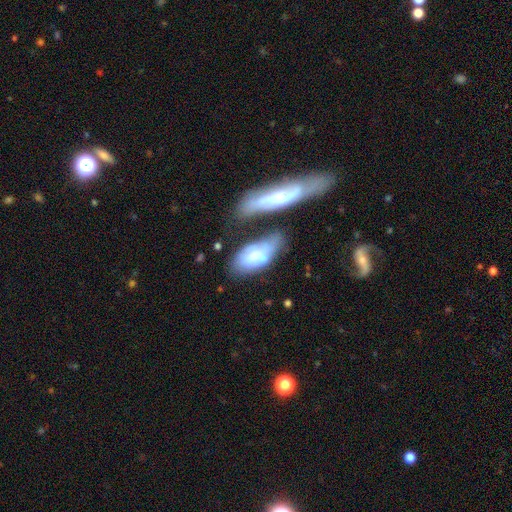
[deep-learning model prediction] Smooth or featured: smooth — 57% (featured or disk — 36%)
How rounded: in between — 85% (cigar-shaped — 12%)
Merging: merger — 34% (none — 27%)